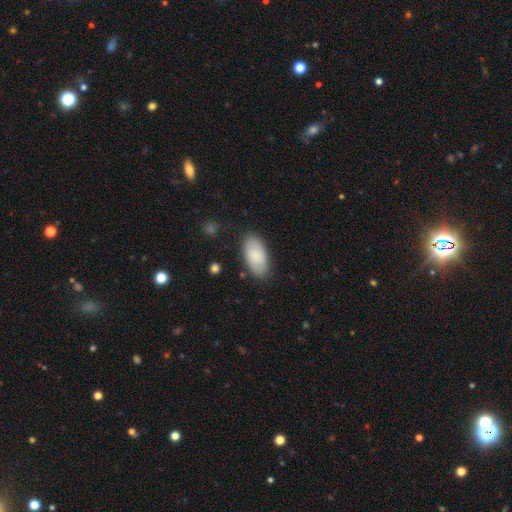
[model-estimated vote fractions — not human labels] Smooth or featured? smooth (85%)
How rounded? in between (94%)
Merging? none (84%)